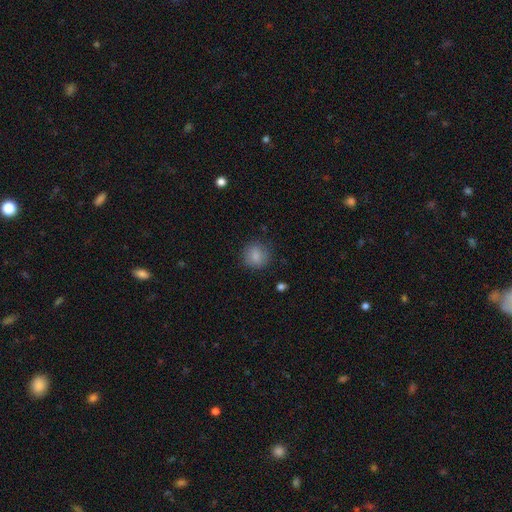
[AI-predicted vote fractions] smooth-or-featured: smooth: 85% | star or artifact: 9% | featured or disk: 7%
  how-rounded: round: 86% | in between: 13% | cigar-shaped: 1%
  merging: none: 84% | minor disturbance: 11% | major disturbance: 4% | merger: 1%